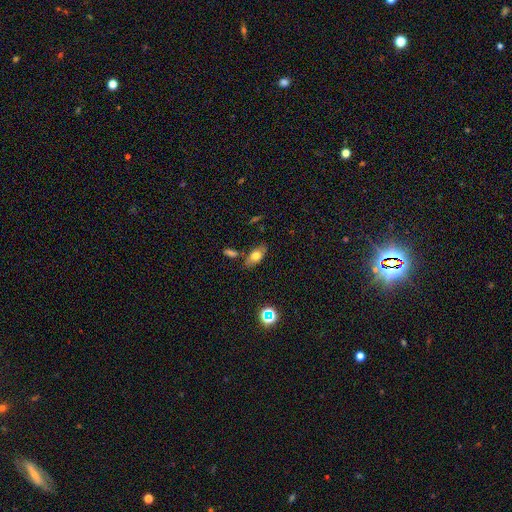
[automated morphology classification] Overall: smooth (66%). How rounded: in between (88%). Merging: none (76%).